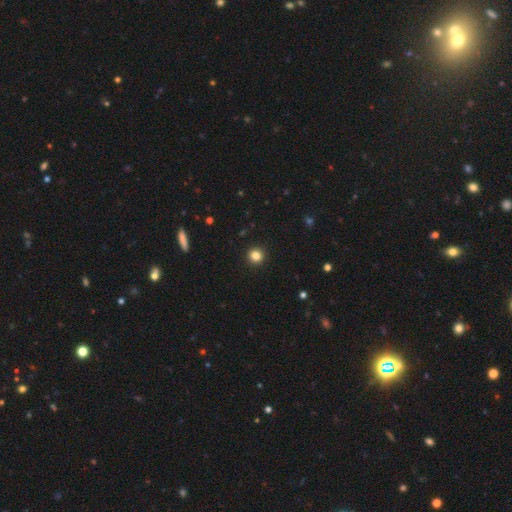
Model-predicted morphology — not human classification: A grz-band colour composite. It shows a smooth galaxy with no disk features (83%) that is round (92%). Merging: none (92%).